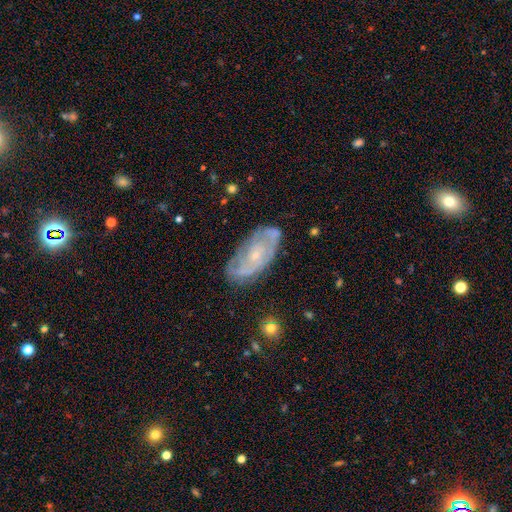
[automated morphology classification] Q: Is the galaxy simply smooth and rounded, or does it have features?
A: featured or disk — 73%.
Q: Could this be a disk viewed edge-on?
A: no — 93%.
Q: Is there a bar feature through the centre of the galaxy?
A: no — 74%.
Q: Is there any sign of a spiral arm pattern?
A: yes — 79%.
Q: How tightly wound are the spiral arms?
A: tight — 59%.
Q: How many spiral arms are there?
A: can't tell — 47%.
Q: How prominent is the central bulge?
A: small — 72%.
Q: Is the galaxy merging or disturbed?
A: none — 71%.